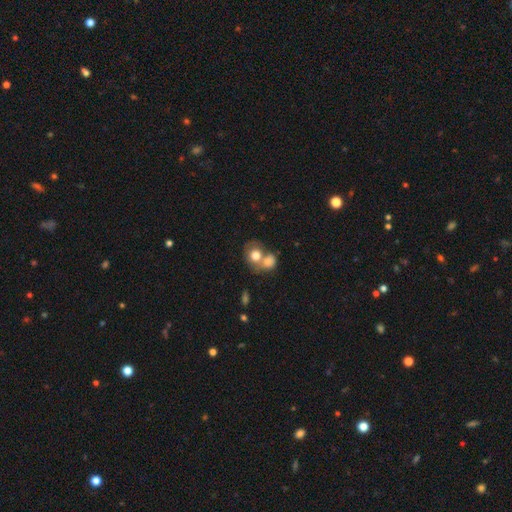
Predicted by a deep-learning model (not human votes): smooth 73%, featured or disk 18%, star or artifact 9%. Down the decision tree: how rounded — round (68%); merging — merger (59%).